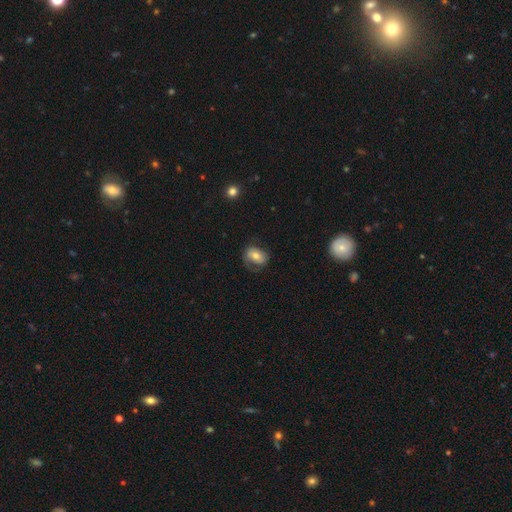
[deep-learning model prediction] Smooth or featured? smooth (50%)
Merging? none (54%)